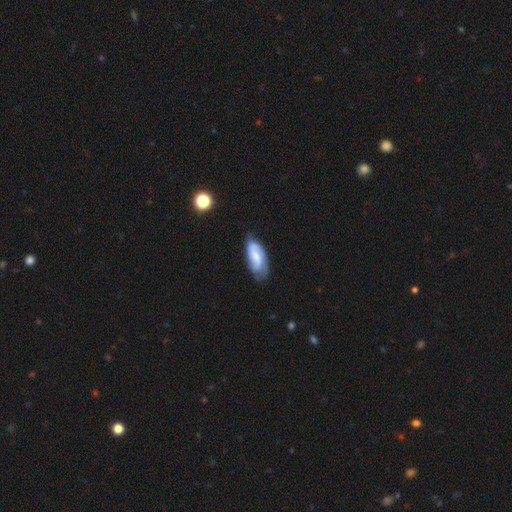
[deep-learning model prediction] A featured or disk galaxy (56%) with no bar (43%), spiral arms (88%) and a small central bulge (34%).

Vote fractions:
- Smooth or featured? featured or disk: 56% / smooth: 38% / star or artifact: 7%
- Edge-on disk? no: 93% / yes: 7%
- Bar? no: 43% / weak: 42% / strong: 15%
- Spiral arms? yes: 88% / no: 12%
- Bulge size? small: 34% / moderate: 29% / none: 27% / large: 8% / dominant: 2%
- Merging? none: 59% / minor disturbance: 29% / major disturbance: 10% / merger: 2%